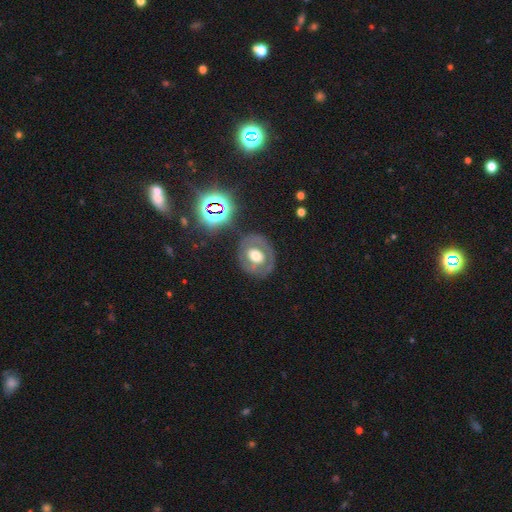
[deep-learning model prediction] This is possibly a featured or disk galaxy (52%). It is clearly not viewed edge-on (94%). Merging: likely none (74%).